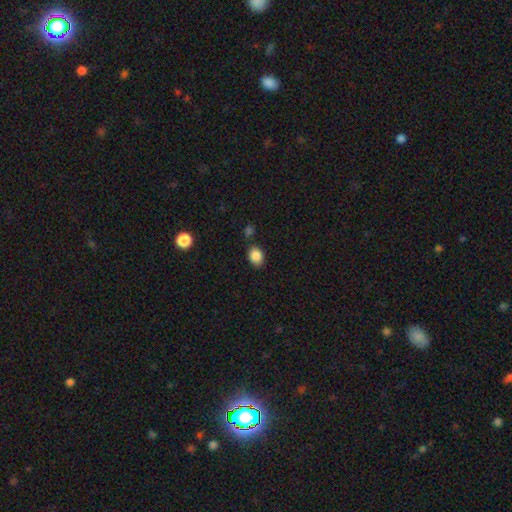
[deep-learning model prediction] Smooth or featured? smooth (86%)
How rounded? in between (62%)
Merging? none (77%)